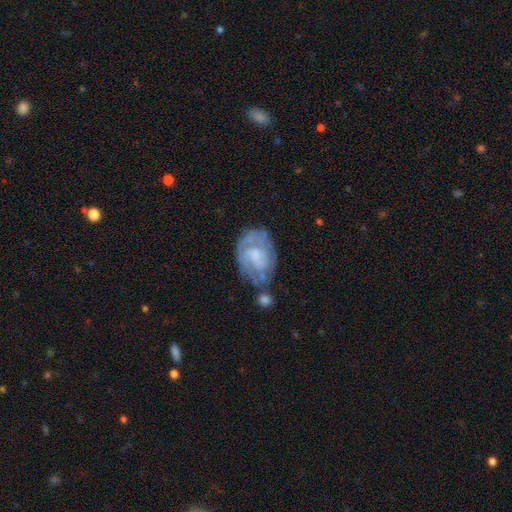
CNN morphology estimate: This is likely a featured or disk galaxy (71%). It is clearly not viewed edge-on (97%). Bar: likely no (62%). Spiral arm pattern: likely yes (80%). Spiral arm count: marginally can't tell (45%). Spiral winding: possibly tight (59%). Central bulge: marginally moderate (34%). Merging: possibly none (50%).